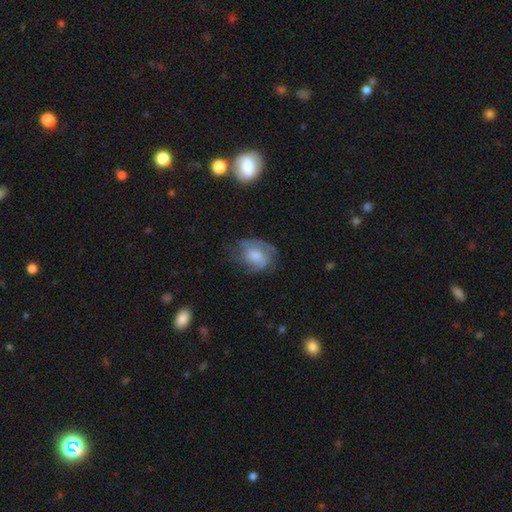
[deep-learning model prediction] Smooth or featured? featured or disk (55%)
Edge-on disk? no (97%)
Bar? no (70%)
Spiral arms? yes (78%)
Bulge size? moderate (37%)
Merging? none (50%)